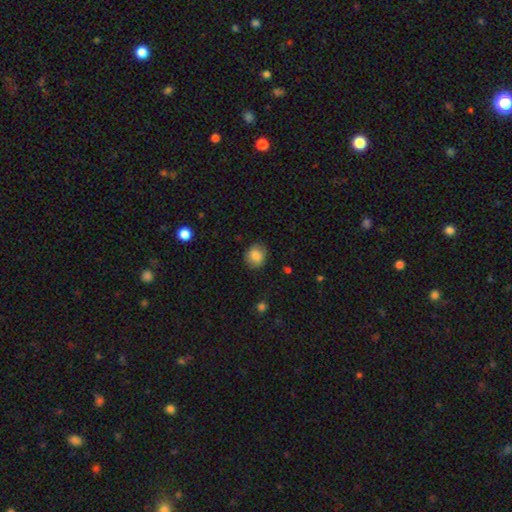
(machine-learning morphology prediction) smooth 84%, star or artifact 9%, featured or disk 7%. Down the decision tree: how rounded — round (76%); merging — none (84%).